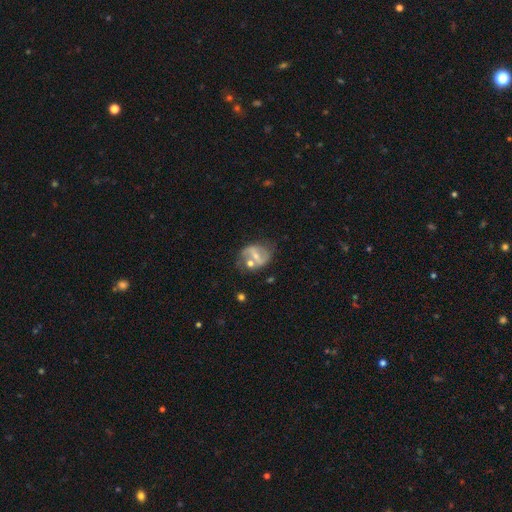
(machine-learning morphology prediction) A featured or disk galaxy (69%) with a strong bar (50%), spiral arms (64%) and a small central bulge (51%). Merging: none (52%).